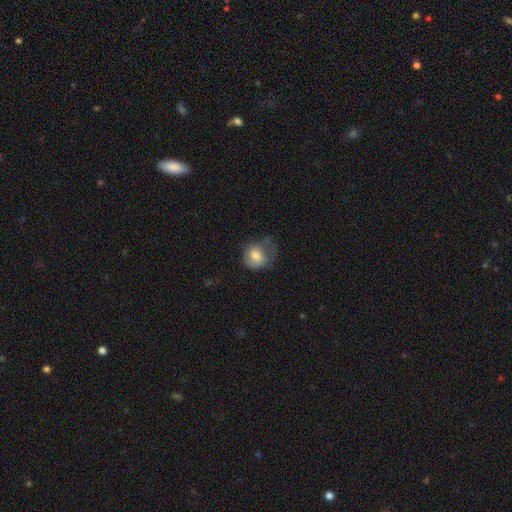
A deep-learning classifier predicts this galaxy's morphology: smooth-or-featured: smooth: 69% | featured or disk: 23% | star or artifact: 8%
  how-rounded: round: 65% | in between: 34% | cigar-shaped: 1%
  merging: none: 40% | minor disturbance: 32% | major disturbance: 26% | merger: 2%